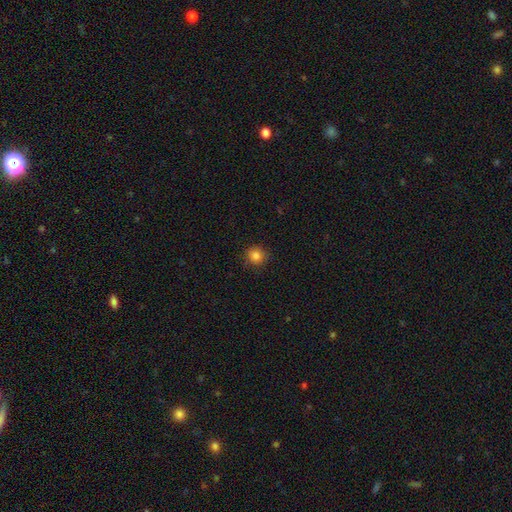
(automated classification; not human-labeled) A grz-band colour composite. It shows a smooth galaxy with no disk features (84%) that is round (88%). Merging: none (87%).